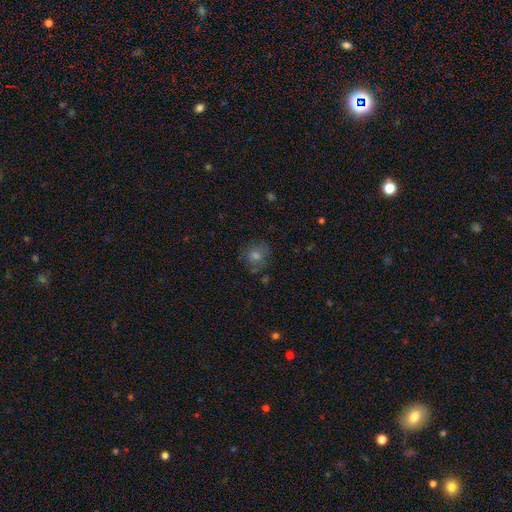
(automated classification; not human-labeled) Q: Smooth or featured?
A: smooth (62%); runner-up: star or artifact (22%)
Q: How rounded?
A: round (83%); runner-up: in between (16%)
Q: Merging?
A: none (76%); runner-up: minor disturbance (15%)